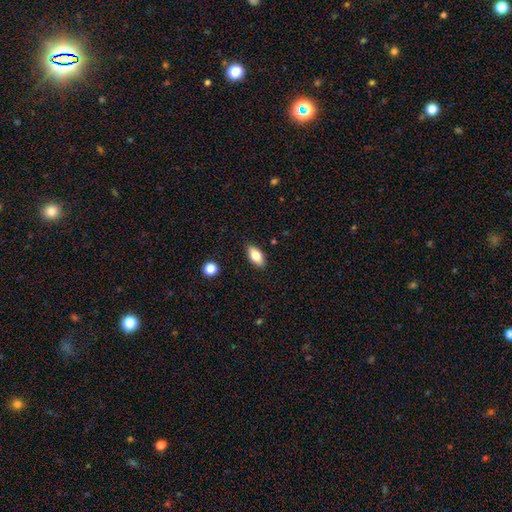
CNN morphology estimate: Smooth or featured? smooth (79%)
How rounded? in between (90%)
Merging? none (88%)